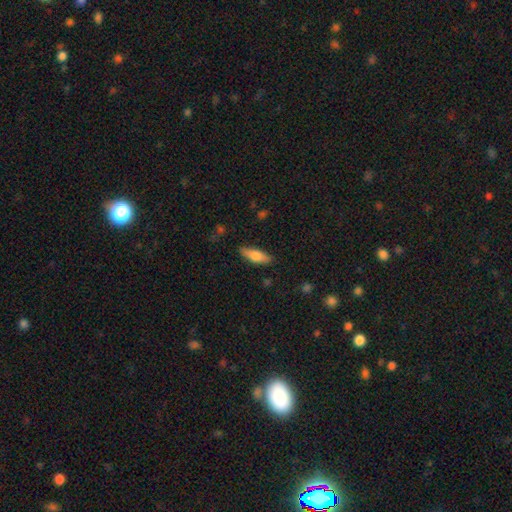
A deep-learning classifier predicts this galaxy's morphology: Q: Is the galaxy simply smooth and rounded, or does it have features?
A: smooth — 69%.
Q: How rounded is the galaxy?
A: in between — 54%.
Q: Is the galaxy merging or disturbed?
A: none — 85%.